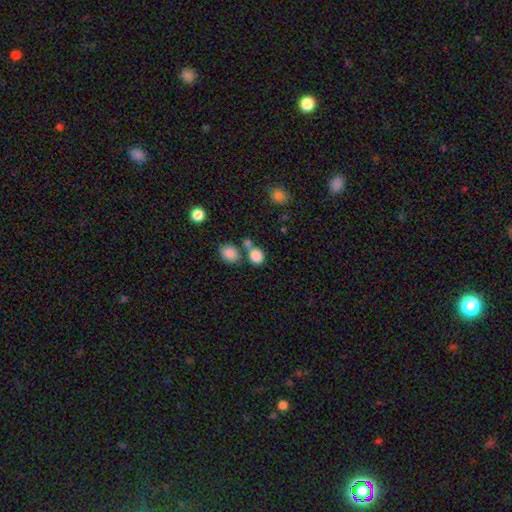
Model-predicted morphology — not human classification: A smooth galaxy with no disk features (84%) that is round (79%). Merging: none (51%).